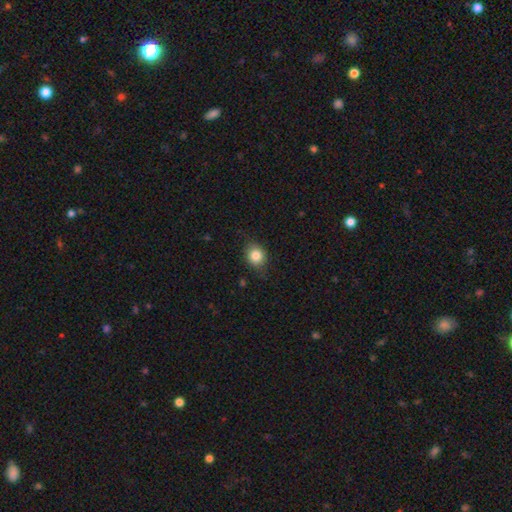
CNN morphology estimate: Smooth or featured? Predicted: smooth (p=0.83). How rounded? Predicted: round (p=0.65). Merging? Predicted: none (p=0.79).